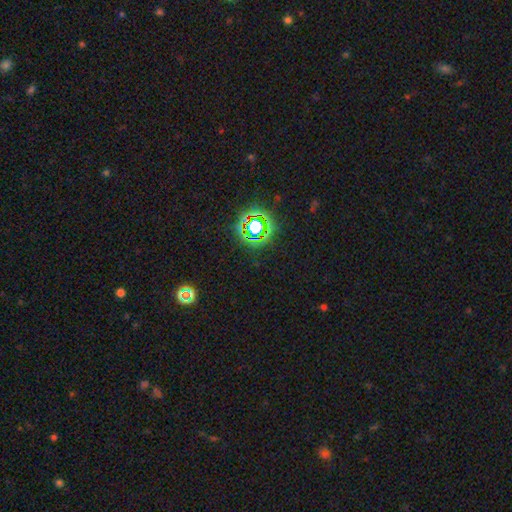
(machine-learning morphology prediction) type=star or artifact (77%).